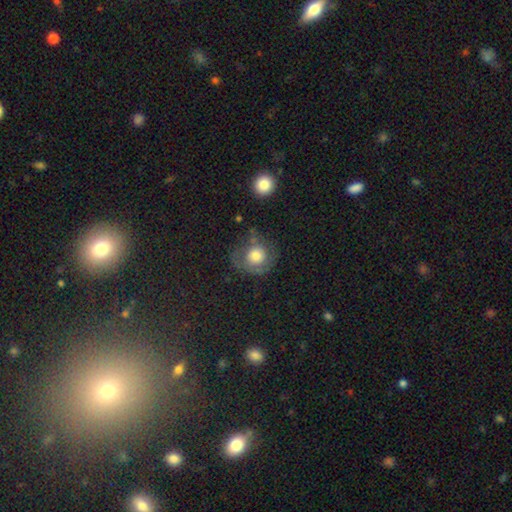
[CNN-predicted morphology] Smooth or featured? smooth (63%)
How rounded? round (84%)
Merging? none (49%)